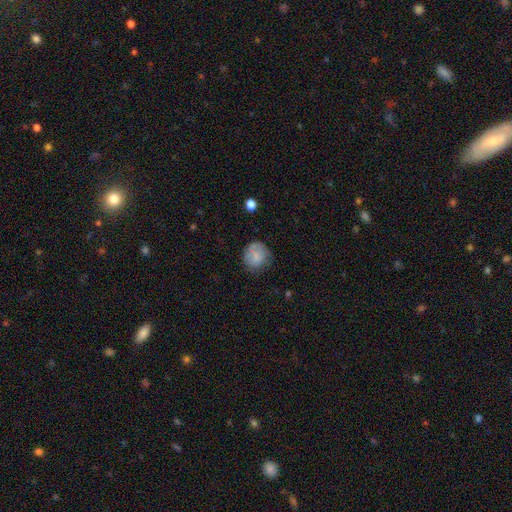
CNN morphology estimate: Smooth or featured?
  - smooth: 75% *
  - featured or disk: 15%
  - star or artifact: 10%
How rounded?
  - round: 81% *
  - in between: 18%
  - cigar-shaped: 1%
Merging?
  - none: 63% *
  - minor disturbance: 25%
  - major disturbance: 10%
  - merger: 2%